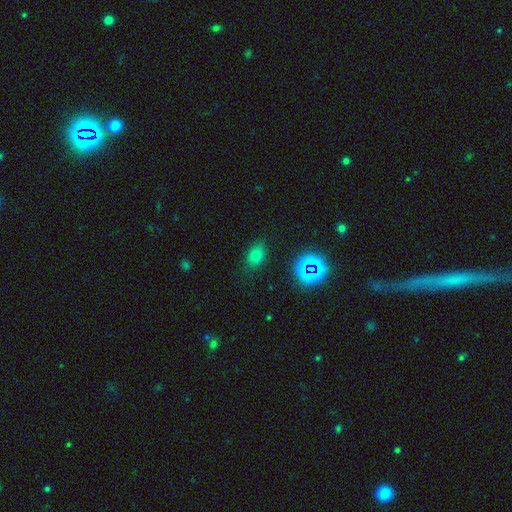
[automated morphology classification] This appears to be a smooth galaxy with no disk features (73%) that is in between round and cigar-shaped (76%). Merging: none (78%).